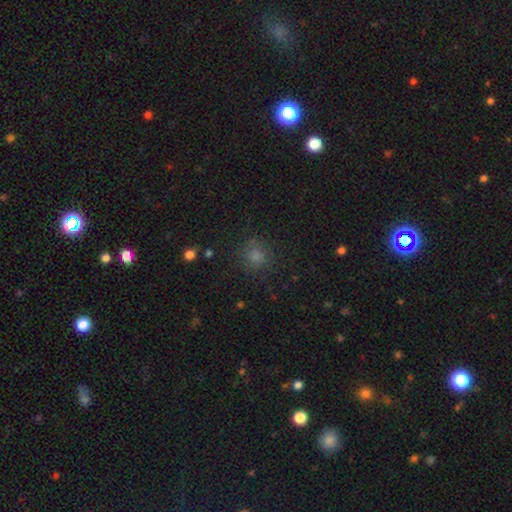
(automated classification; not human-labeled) Smooth or featured: smooth — 71% (star or artifact — 23%)
How rounded: round — 89% (in between — 10%)
Merging: none — 83% (minor disturbance — 10%)